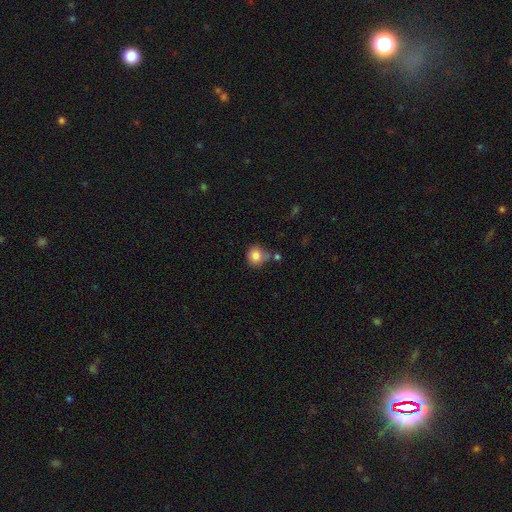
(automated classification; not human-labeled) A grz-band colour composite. It shows a smooth galaxy with no disk features (83%) that is round (89%). Merging: none (64%).